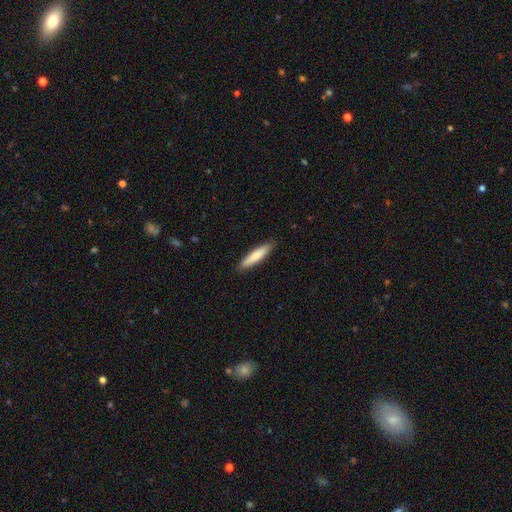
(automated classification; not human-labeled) This appears to be a smooth galaxy with no disk features (77%) that is cigar-shaped (84%). Merging: none (89%).